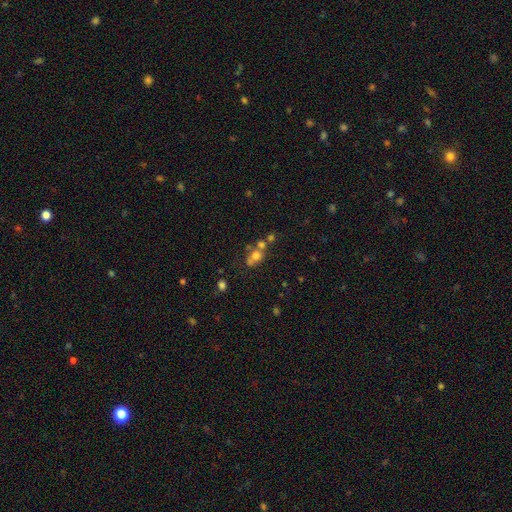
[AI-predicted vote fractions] Smooth or featured? smooth (65%)
How rounded? round (55%)
Merging? merger (41%)